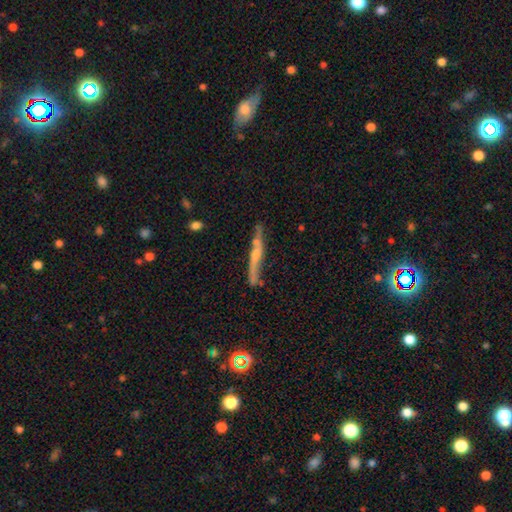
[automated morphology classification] type=featured or disk (63%); edge-on=yes (82%); edge-on bulge=rounded (45%); merging=none (61%).